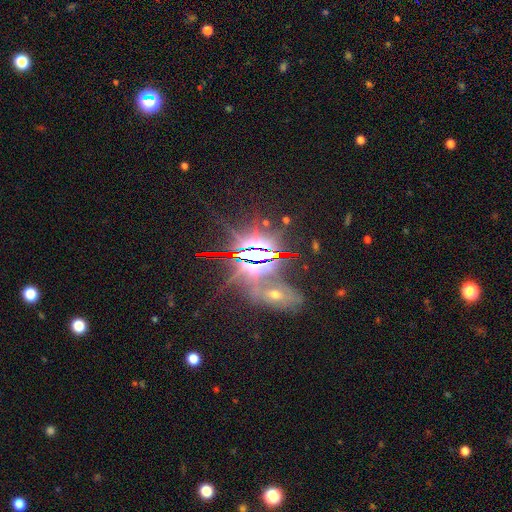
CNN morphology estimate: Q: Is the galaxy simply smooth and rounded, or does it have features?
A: star or artifact — 78%.